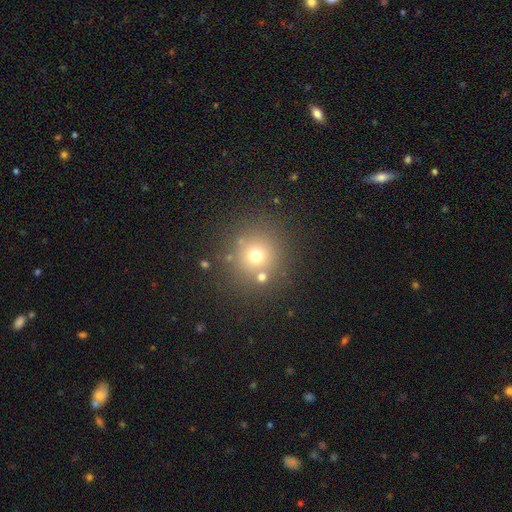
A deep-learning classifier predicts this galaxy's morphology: smooth_or_featured: smooth (p=0.67) [alt: star or artifact p=0.21]
how_rounded: round (p=0.92) [alt: in between p=0.07]
merging: none (p=0.77) [alt: merger p=0.10]